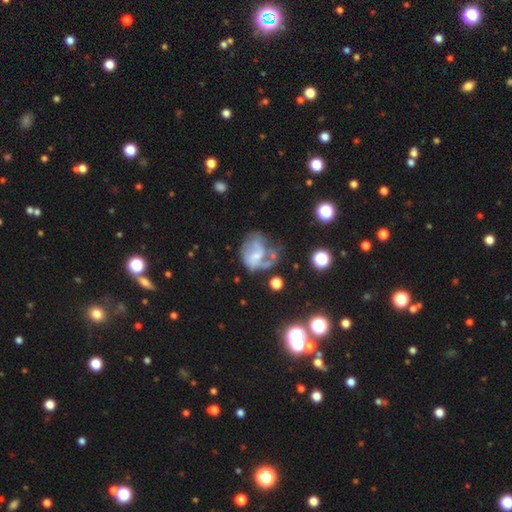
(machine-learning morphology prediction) Smooth or featured? featured or disk (60%)
Edge-on disk? no (97%)
Bar? no (59%)
Spiral arms? yes (58%)
Bulge size? small (47%)
Merging? major disturbance (37%)